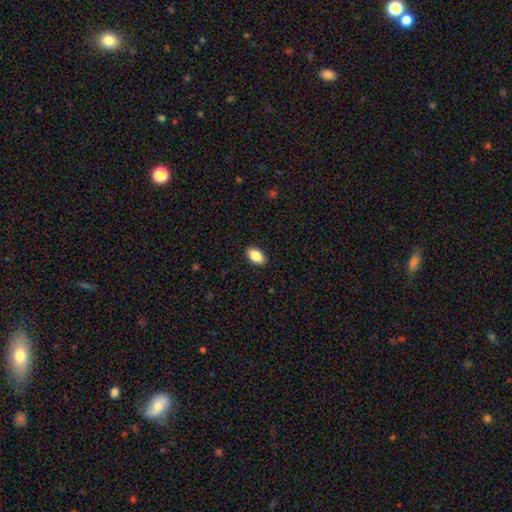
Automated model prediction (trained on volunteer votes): smooth-or-featured: smooth: 86% | star or artifact: 7% | featured or disk: 7%
  how-rounded: in between: 92% | round: 5% | cigar-shaped: 2%
  merging: none: 90% | minor disturbance: 8% | major disturbance: 2% | merger: 1%